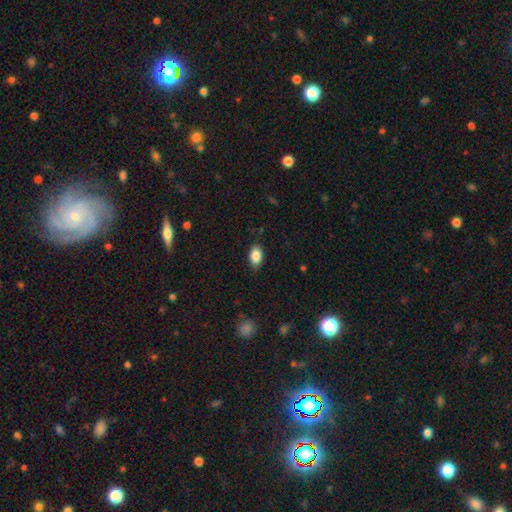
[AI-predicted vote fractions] Smooth or featured? Predicted: smooth (p=0.86). How rounded? Predicted: in between (p=0.88). Merging? Predicted: none (p=0.84).